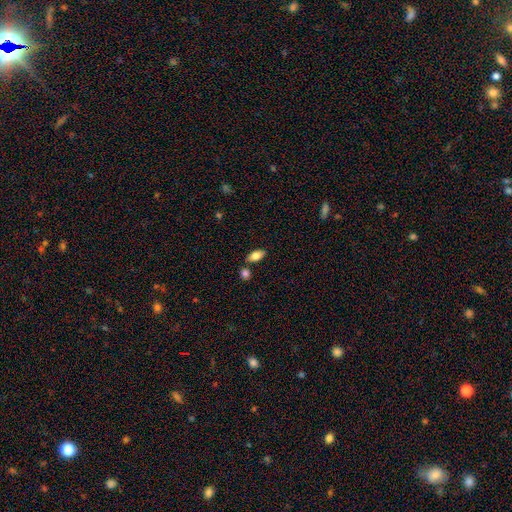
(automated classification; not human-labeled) Morphology: type=smooth (82%); roundness=in between (90%); merging=none (79%).